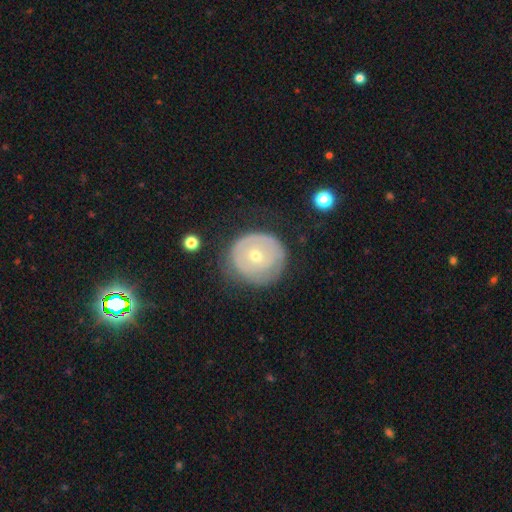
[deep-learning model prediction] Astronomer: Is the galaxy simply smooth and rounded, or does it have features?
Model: featured or disk — 53% (runner-up: smooth, 40%).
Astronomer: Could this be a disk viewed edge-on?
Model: no — 96%.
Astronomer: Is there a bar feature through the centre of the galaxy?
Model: no — 82%.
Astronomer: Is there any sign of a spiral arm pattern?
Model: no — 64%.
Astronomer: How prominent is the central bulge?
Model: small — 54% (runner-up: moderate, 43%).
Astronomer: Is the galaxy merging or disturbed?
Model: none — 66%.